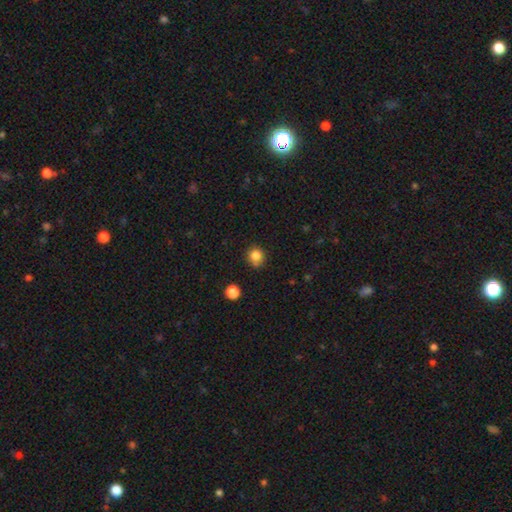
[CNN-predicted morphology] A smooth galaxy with no disk features (83%) that is round (87%).

Vote fractions:
- Smooth or featured? smooth: 83% / star or artifact: 12% / featured or disk: 5%
- How rounded? round: 87% / in between: 12% / cigar-shaped: 1%
- Merging? none: 76% / minor disturbance: 16% / merger: 5% / major disturbance: 3%